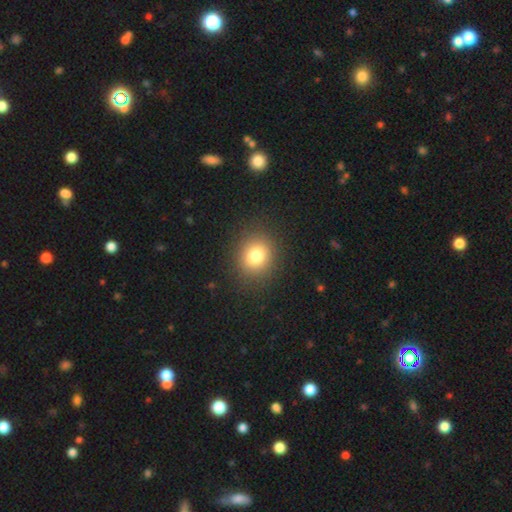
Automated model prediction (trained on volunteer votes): Smooth or featured? smooth (80%)
How rounded? round (72%)
Merging? none (89%)